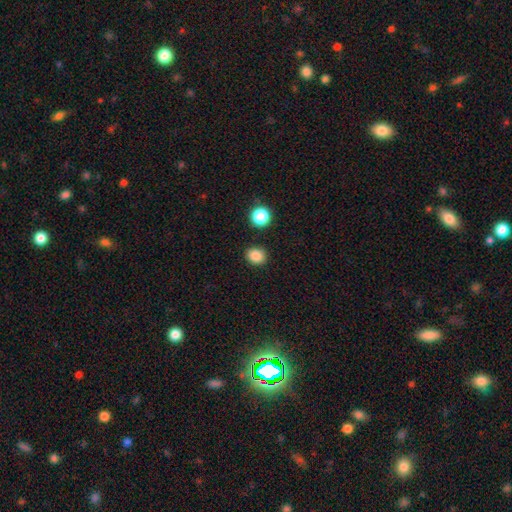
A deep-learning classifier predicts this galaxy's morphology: Smooth or featured? smooth (85%)
How rounded? round (71%)
Merging? none (88%)